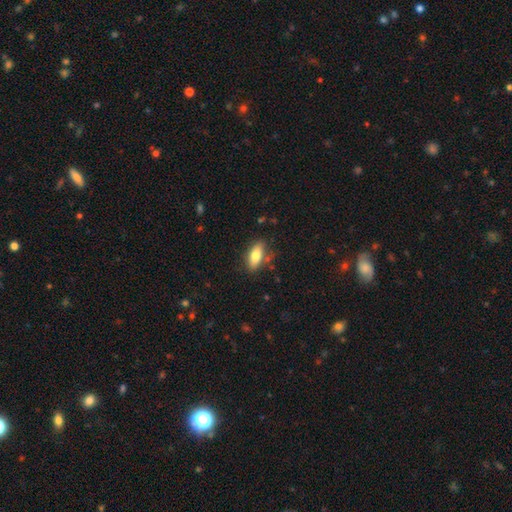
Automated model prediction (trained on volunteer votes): A smooth galaxy with no disk features (76%) that is in between round and cigar-shaped (81%). Merging: none (80%).